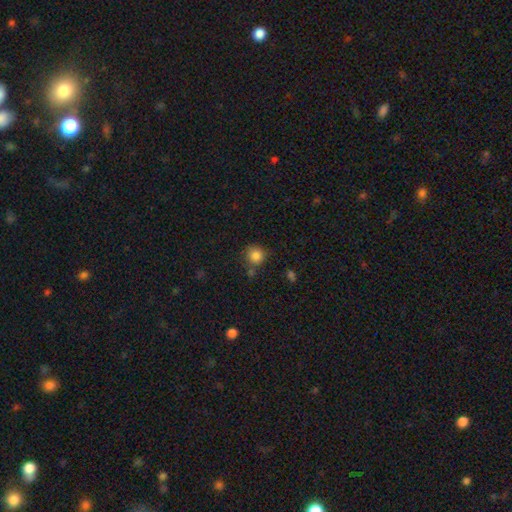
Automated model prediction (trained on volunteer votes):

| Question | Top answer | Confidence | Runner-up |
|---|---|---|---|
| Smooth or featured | smooth | 85% | star or artifact (10%) |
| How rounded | round | 89% | in between (10%) |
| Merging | none | 70% | minor disturbance (15%) |